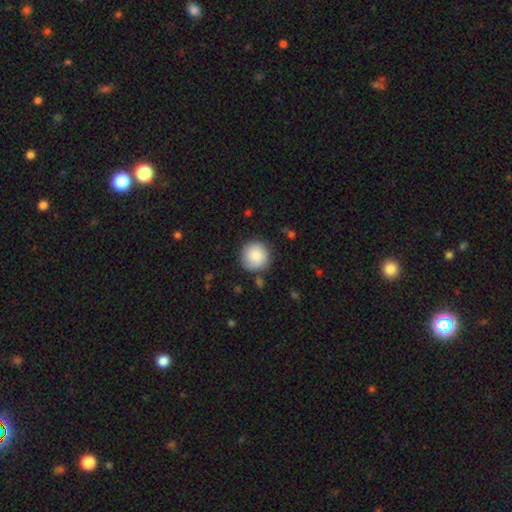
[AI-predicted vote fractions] Overall: smooth (86%). How rounded: round (95%). Merging: none (85%).